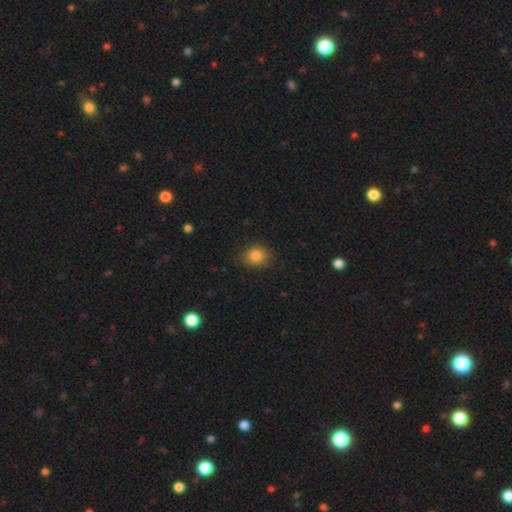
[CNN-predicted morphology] Q: Smooth or featured?
A: smooth (83%); runner-up: star or artifact (11%)
Q: How rounded?
A: round (65%); runner-up: in between (34%)
Q: Merging?
A: none (82%); runner-up: minor disturbance (14%)